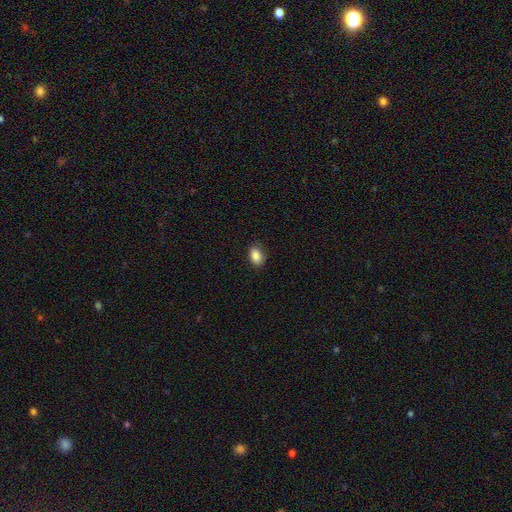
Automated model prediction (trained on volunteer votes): Q: Smooth or featured?
A: smooth (88%); runner-up: star or artifact (8%)
Q: How rounded?
A: in between (86%); runner-up: round (12%)
Q: Merging?
A: none (86%); runner-up: minor disturbance (11%)